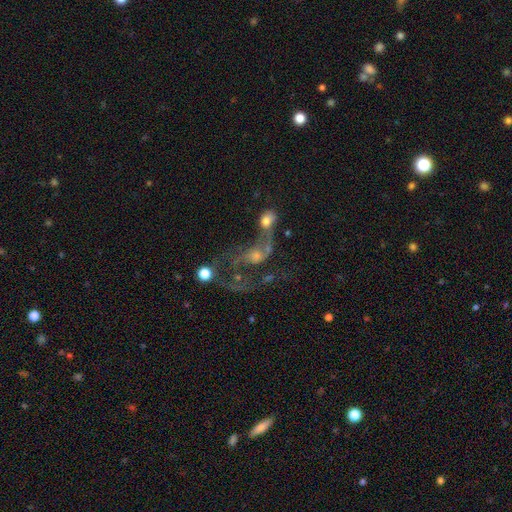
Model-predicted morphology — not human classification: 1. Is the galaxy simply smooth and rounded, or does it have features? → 60% featured or disk, 22% smooth, 18% star or artifact.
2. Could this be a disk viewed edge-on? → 95% no, 5% yes.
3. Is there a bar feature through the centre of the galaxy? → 72% no, 22% weak, 6% strong.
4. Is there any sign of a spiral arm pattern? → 63% yes, 37% no.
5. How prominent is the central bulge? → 37% small (tied), 37% moderate (tied), 17% none, 7% large, 2% dominant.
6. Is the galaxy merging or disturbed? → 53% merger, 23% major disturbance, 16% none, 8% minor disturbance.